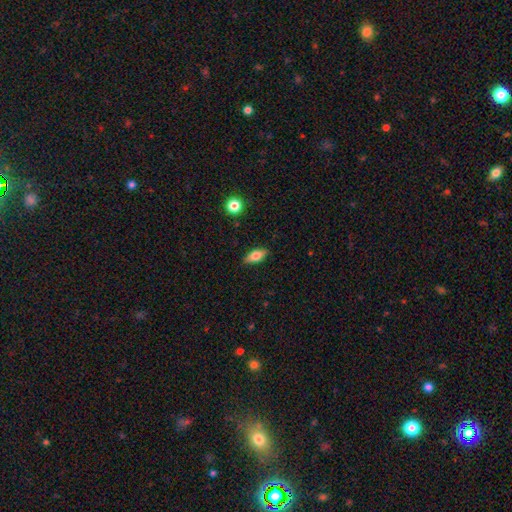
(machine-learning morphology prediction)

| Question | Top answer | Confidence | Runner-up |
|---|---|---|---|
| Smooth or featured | smooth | 70% | featured or disk (23%) |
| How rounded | in between | 80% | cigar-shaped (16%) |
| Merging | none | 87% | minor disturbance (10%) |